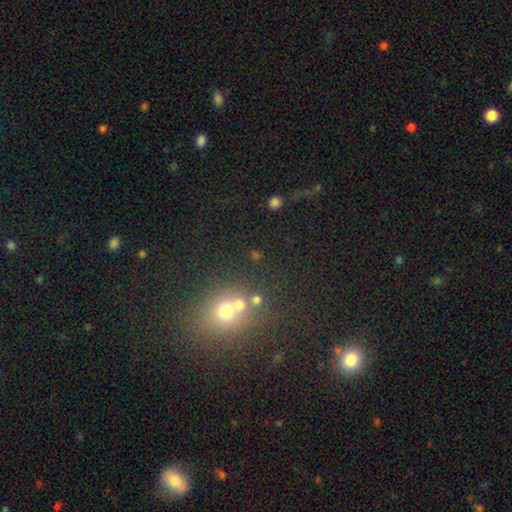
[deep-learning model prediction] Smooth or featured: smooth — 57% (star or artifact — 30%)
How rounded: round — 77% (in between — 21%)
Merging: none — 61% (merger — 25%)